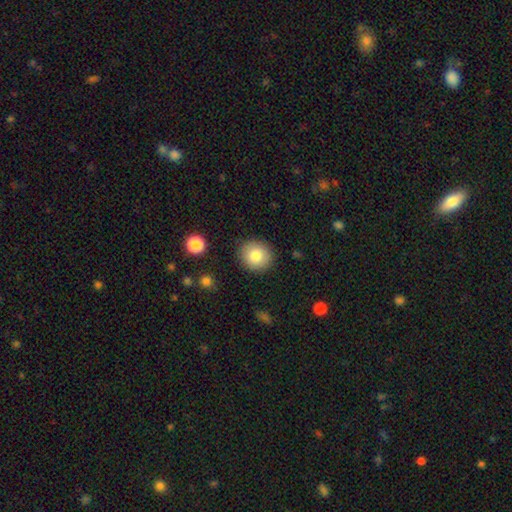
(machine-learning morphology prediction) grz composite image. It shows a smooth galaxy with no disk features (82%) that is round (82%). Merging: none (88%).